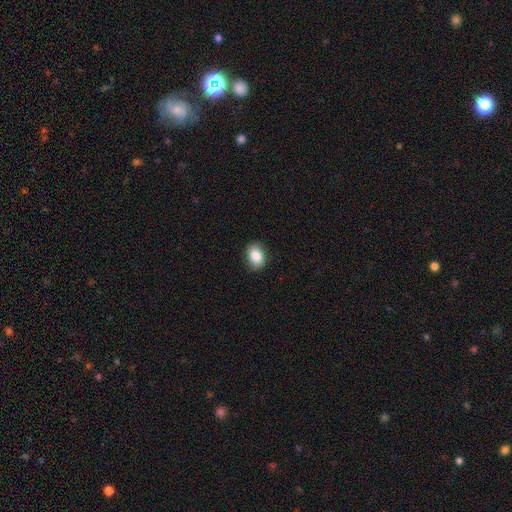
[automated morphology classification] A smooth galaxy with no disk features (86%) that is in between round and cigar-shaped (73%). Merging: none (87%).